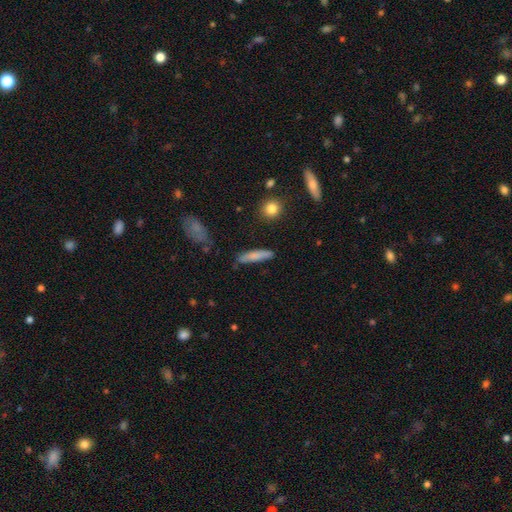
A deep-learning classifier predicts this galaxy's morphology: Smooth or featured: smooth — 75% (featured or disk — 17%)
How rounded: cigar-shaped — 85% (in between — 13%)
Merging: none — 81% (minor disturbance — 13%)